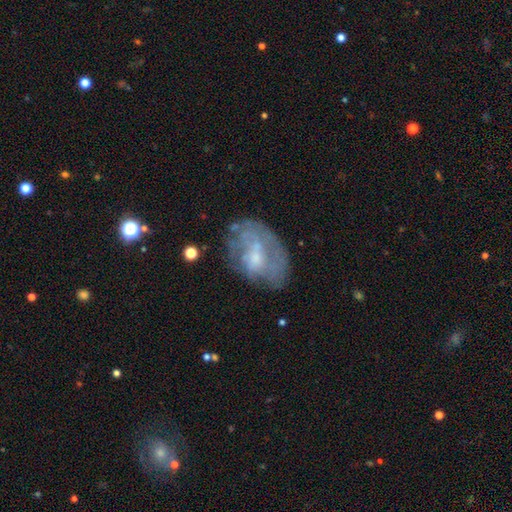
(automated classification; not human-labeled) Overall: featured or disk (59%; smooth 32%). Edge-on disk: no (96%). Bar: no (66%; weak 29%). Spiral arms: no (59%; yes 41%). Bulge size: small (51%; moderate 31%). Merging: none (54%; minor disturbance 24%).